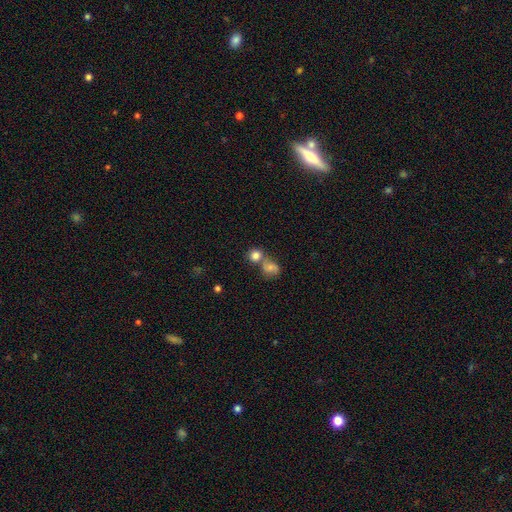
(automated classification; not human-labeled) smooth-or-featured: smooth: 80% | featured or disk: 10% | star or artifact: 10%
  how-rounded: round: 83% | in between: 15% | cigar-shaped: 1%
  merging: none: 45% | merger: 43% | minor disturbance: 8% | major disturbance: 4%